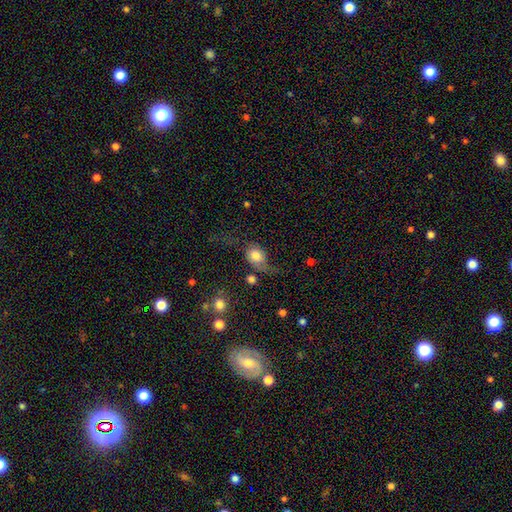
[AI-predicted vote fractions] This is likely a smooth galaxy (67%). How rounded: possibly in between (53%). Merging: marginally none (36%).